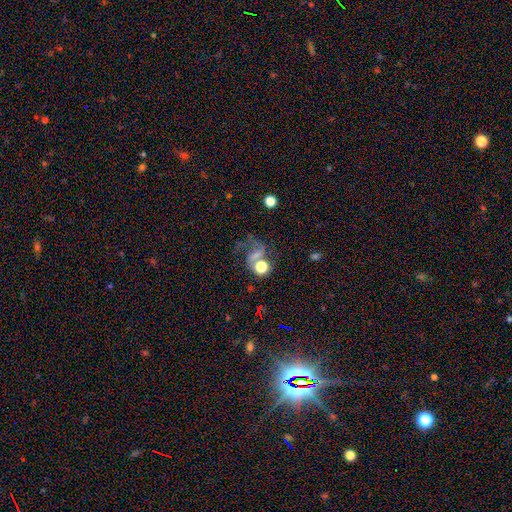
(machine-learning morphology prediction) smooth_or_featured: featured or disk (p=0.43) [alt: star or artifact p=0.31]
merging: none (p=0.39) [alt: major disturbance p=0.33]